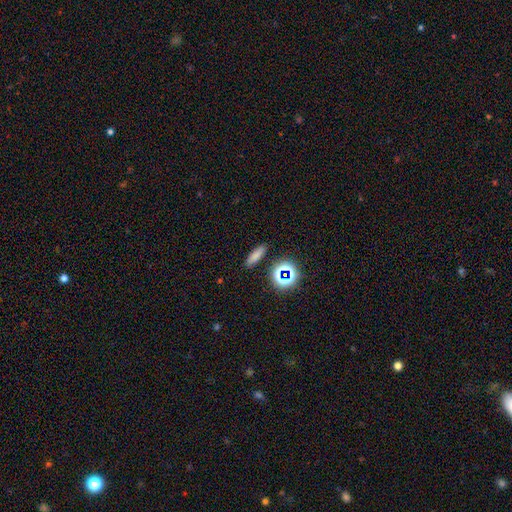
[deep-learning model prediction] This is likely a smooth galaxy (72%). How rounded: possibly cigar-shaped (48%). Merging: clearly none (86%).